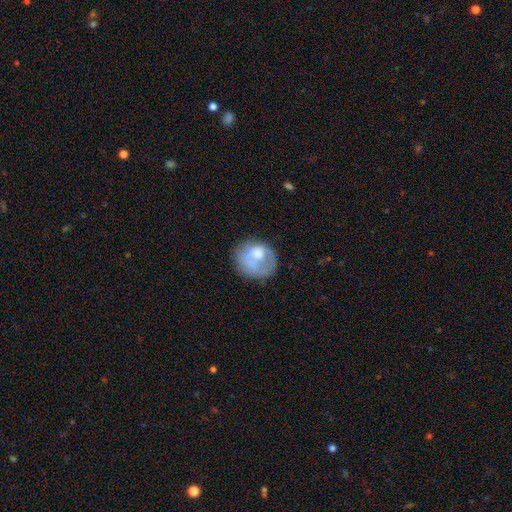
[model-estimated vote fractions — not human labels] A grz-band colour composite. It shows a smooth galaxy with no disk features (58%) that is round (68%). Merging: none (44%).